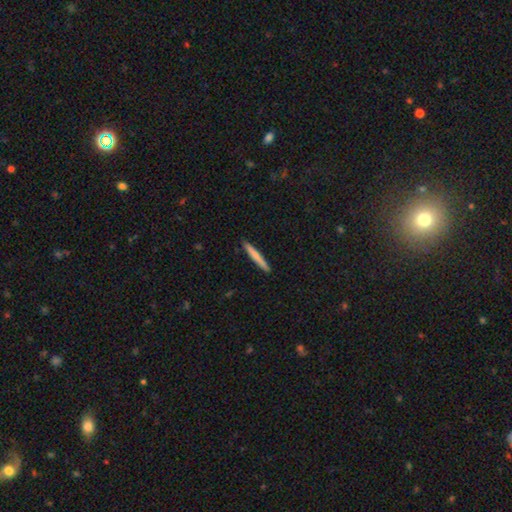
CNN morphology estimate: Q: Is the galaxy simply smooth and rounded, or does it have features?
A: smooth — 70%.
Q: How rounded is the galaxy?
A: cigar-shaped — 96%.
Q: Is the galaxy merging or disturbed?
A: none — 91%.